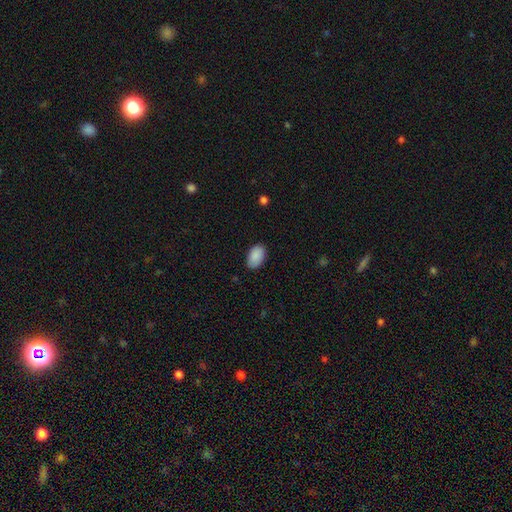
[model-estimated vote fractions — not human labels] Smooth or featured: smooth — 90% (star or artifact — 7%)
How rounded: in between — 94% (round — 5%)
Merging: none — 84% (minor disturbance — 13%)